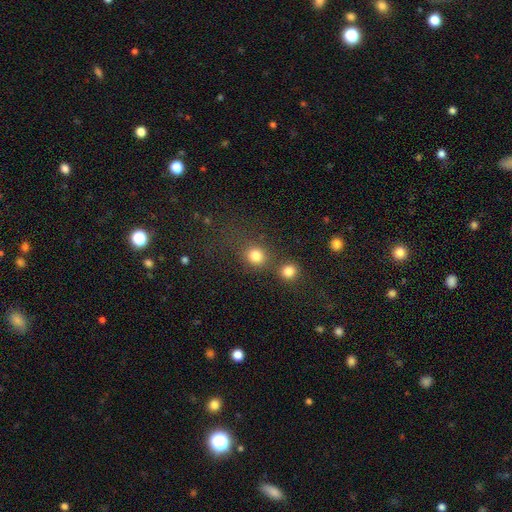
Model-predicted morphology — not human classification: Smooth or featured? Predicted: smooth (p=0.81). How rounded? Predicted: round (p=0.83). Merging? Predicted: none (p=0.59).